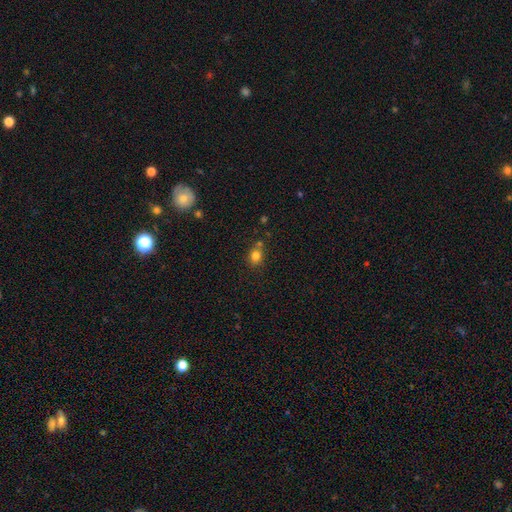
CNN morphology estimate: Overall: smooth (80%). How rounded: round (63%; in between 36%). Merging: none (66%).